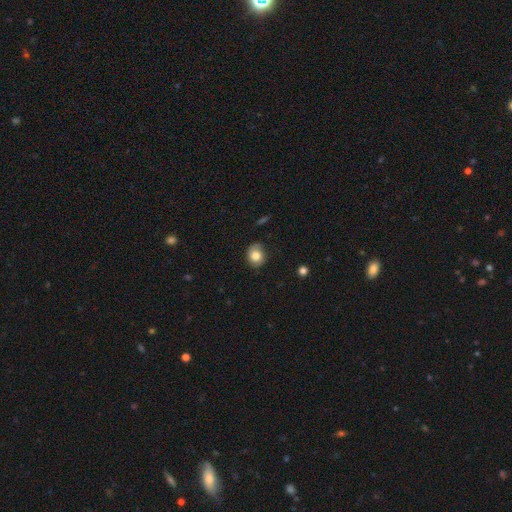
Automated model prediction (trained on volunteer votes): Smooth or featured? Predicted: smooth (p=0.74). How rounded? Predicted: round (p=0.65). Merging? Predicted: none (p=0.73).